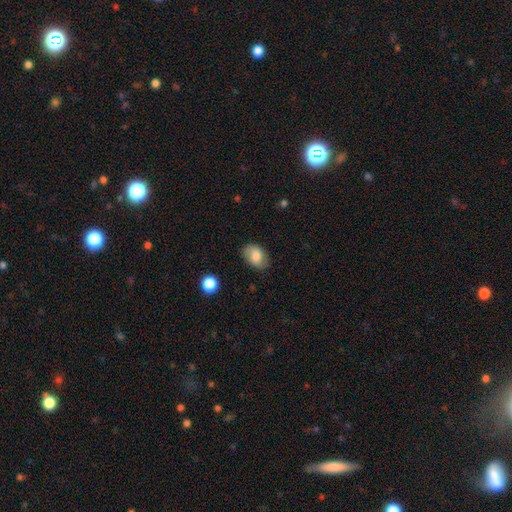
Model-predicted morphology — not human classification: This is likely a smooth galaxy (75%). How rounded: clearly in between (82%). Merging: likely none (78%).